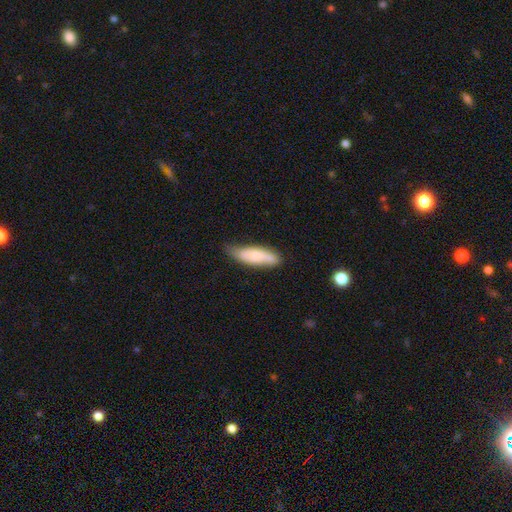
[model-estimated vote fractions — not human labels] This is likely a smooth galaxy (68%). How rounded: possibly in between (53%). Merging: likely none (62%).